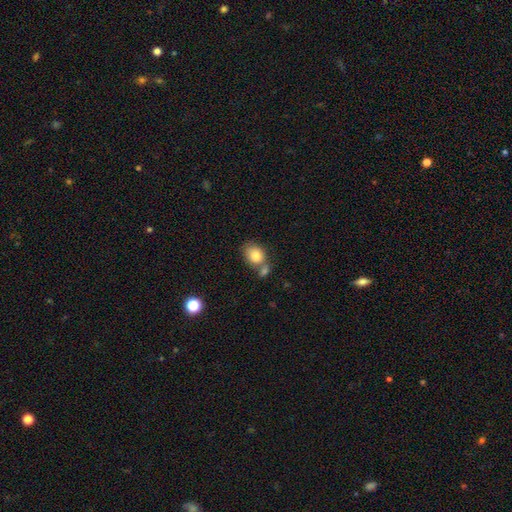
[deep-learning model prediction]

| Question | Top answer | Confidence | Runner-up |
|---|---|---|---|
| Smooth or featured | smooth | 82% | featured or disk (10%) |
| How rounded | in between | 54% | round (45%) |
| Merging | none | 43% | merger (38%) |